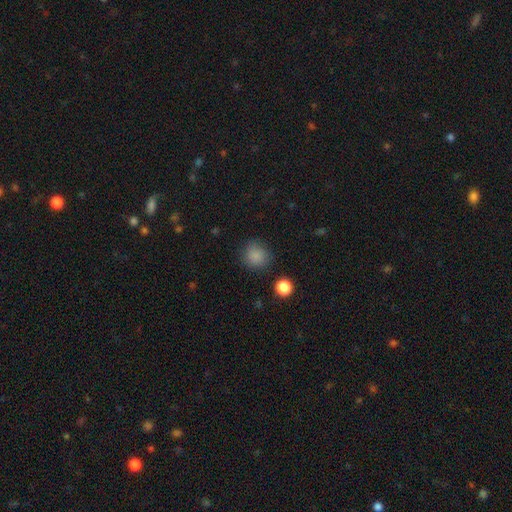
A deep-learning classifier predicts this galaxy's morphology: type=smooth (84%); roundness=round (87%); merging=none (81%).